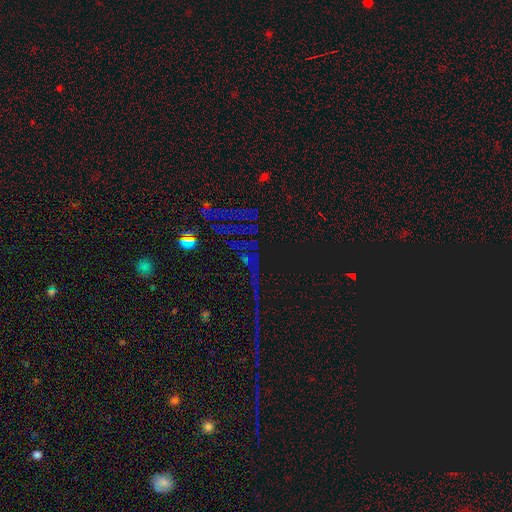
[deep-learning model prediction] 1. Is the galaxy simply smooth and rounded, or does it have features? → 79% star or artifact, 11% smooth, 10% featured or disk.